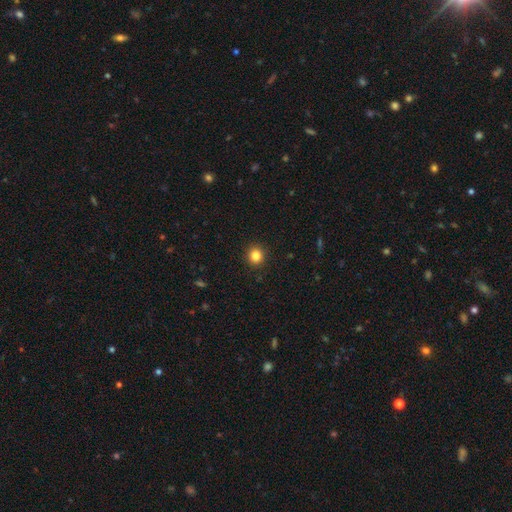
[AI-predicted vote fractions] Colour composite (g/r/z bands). It shows a smooth galaxy with no disk features (84%) that is round (89%). Merging: none (92%).